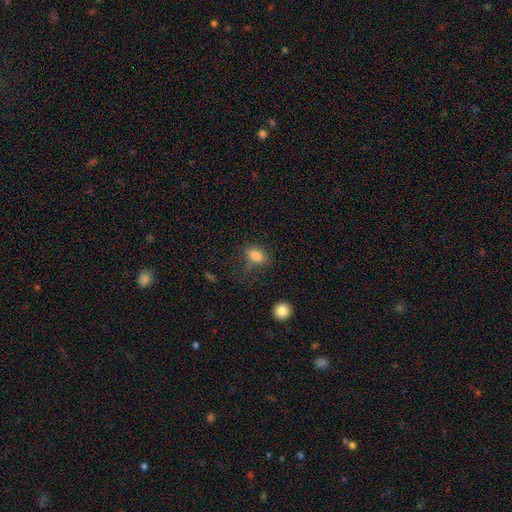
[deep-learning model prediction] smooth_or_featured: smooth (p=0.83) [alt: star or artifact p=0.11]
how_rounded: in between (p=0.75) [alt: round p=0.22]
merging: none (p=0.66) [alt: minor disturbance p=0.20]